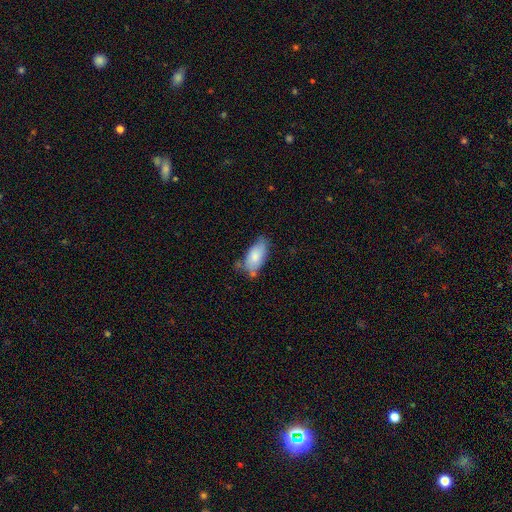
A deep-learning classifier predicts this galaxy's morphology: smooth 78%, featured or disk 15%, star or artifact 7%. Down the decision tree: how rounded — in between (90%); merging — none (55%).